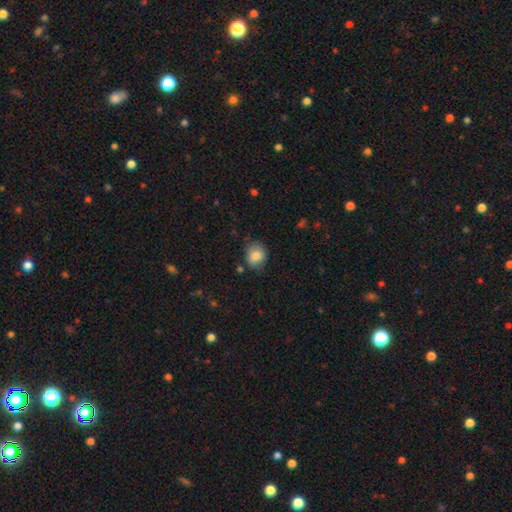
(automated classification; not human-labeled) Morphology: type=smooth (83%); roundness=round (63%); merging=none (71%).